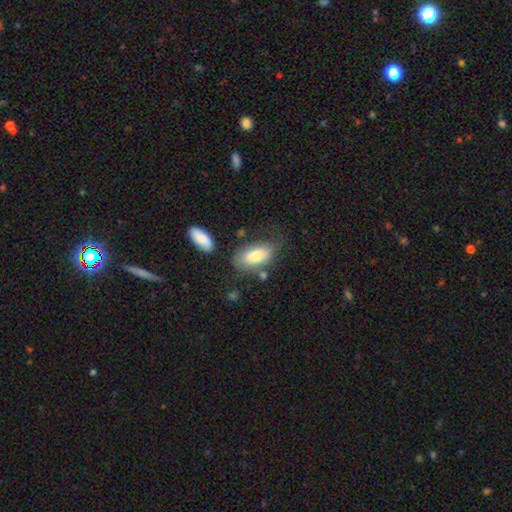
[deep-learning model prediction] A smooth galaxy with no disk features (81%) that is in between round and cigar-shaped (91%). Merging: none (61%).